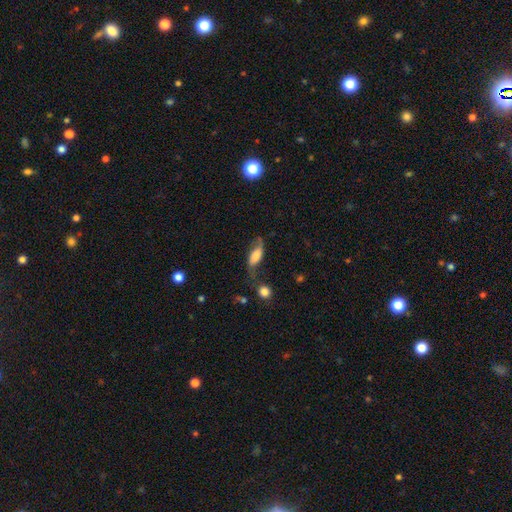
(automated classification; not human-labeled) smooth_or_featured: smooth (p=0.46) [alt: featured or disk p=0.45]
merging: none (p=0.45) [alt: minor disturbance p=0.25]